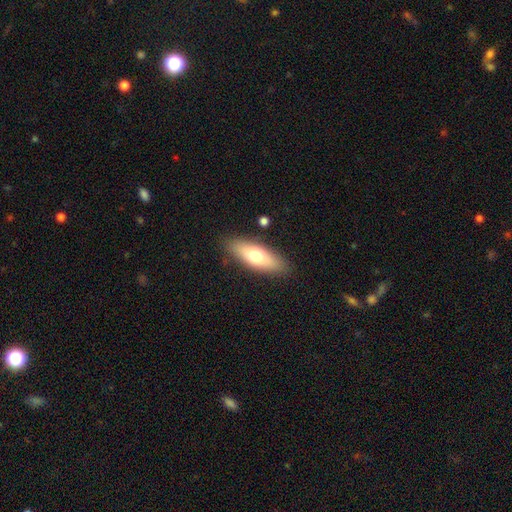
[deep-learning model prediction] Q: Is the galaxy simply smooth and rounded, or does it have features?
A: smooth — 68%.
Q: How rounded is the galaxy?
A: in between — 61%.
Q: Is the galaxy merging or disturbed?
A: none — 85%.